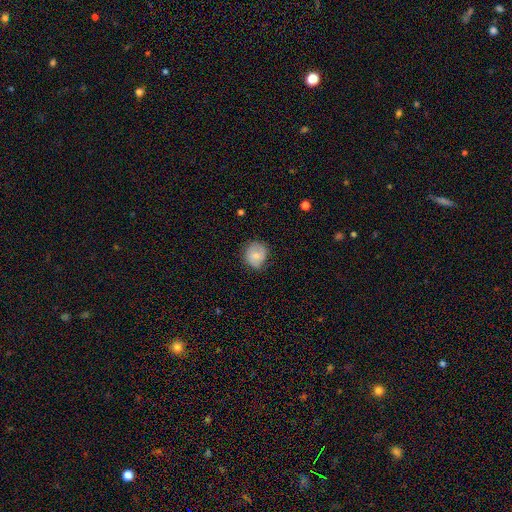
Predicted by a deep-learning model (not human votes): A smooth galaxy with no disk features (67%) that is round (78%). Merging: none (68%).